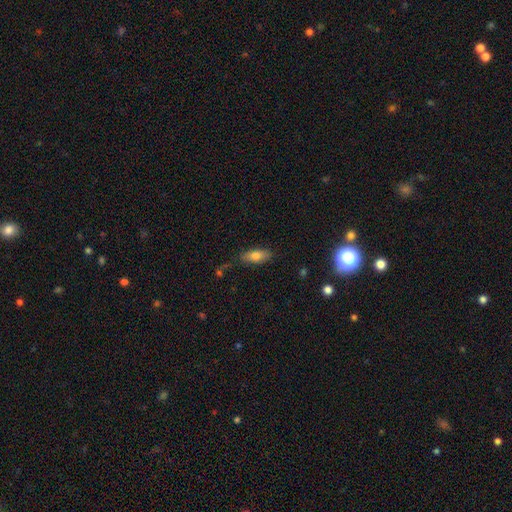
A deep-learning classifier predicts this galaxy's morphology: A smooth galaxy with no disk features (76%) that is in between round and cigar-shaped (77%). Merging: none (72%).